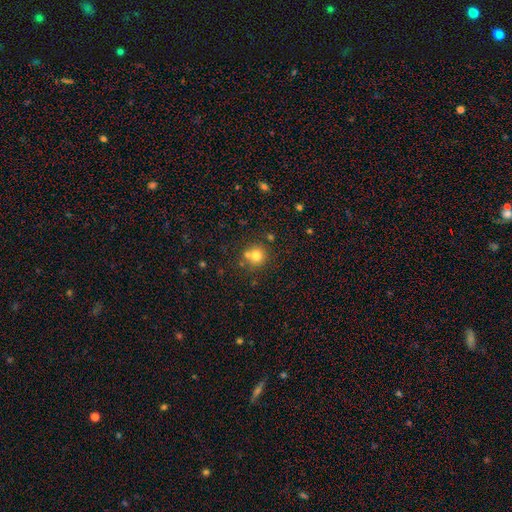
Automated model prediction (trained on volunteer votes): The model was most divided on "merging": none: 64%, merger: 23%, minor disturbance: 9%, major disturbance: 3%. More confident: how rounded — round (91%); smooth or featured — smooth (77%).